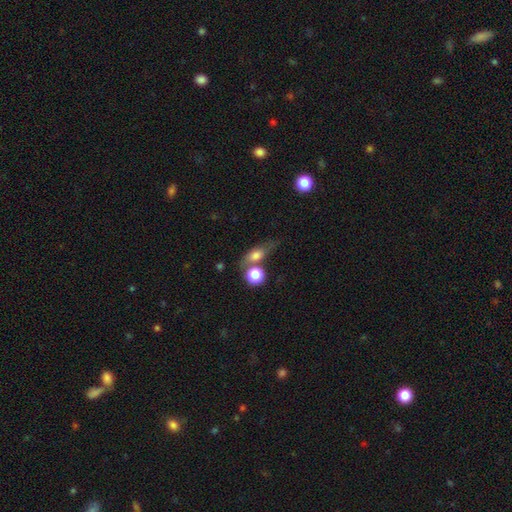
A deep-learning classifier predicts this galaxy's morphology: Smooth or featured: smooth — 65% (featured or disk — 24%)
How rounded: in between — 55% (round — 28%)
Merging: none — 49% (merger — 24%)